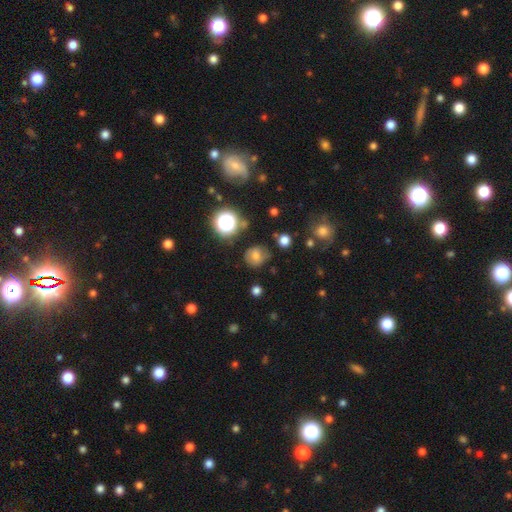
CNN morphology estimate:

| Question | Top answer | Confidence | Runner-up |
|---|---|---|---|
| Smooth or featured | smooth | 65% | star or artifact (18%) |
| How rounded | round | 77% | in between (22%) |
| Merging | none | 70% | minor disturbance (20%) |